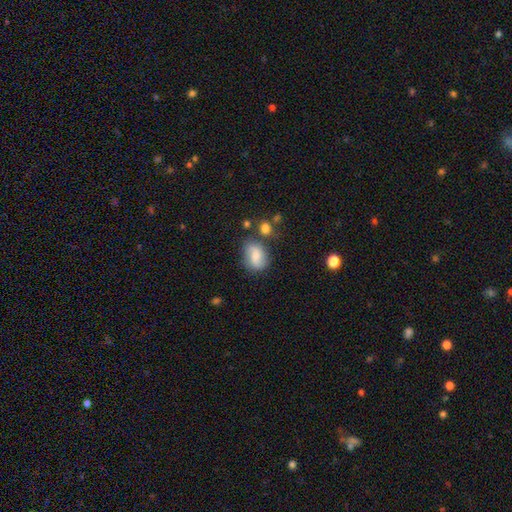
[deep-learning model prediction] Overall: smooth (64%; featured or disk 27%). How rounded: in between (68%; round 30%). Merging: none (62%; minor disturbance 23%).